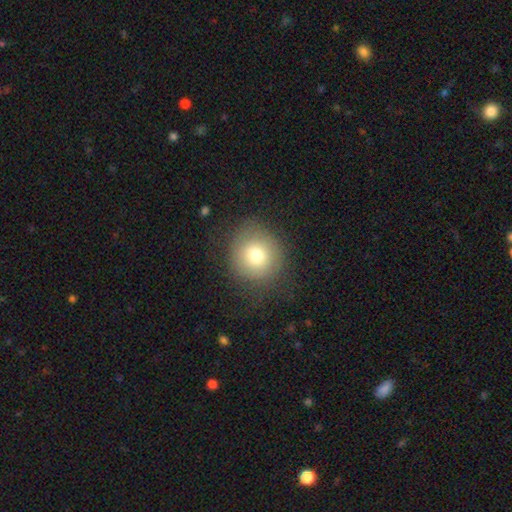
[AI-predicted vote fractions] Smooth or featured?
  - smooth: 75% *
  - featured or disk: 14%
  - star or artifact: 11%
How rounded?
  - round: 90% *
  - in between: 9%
  - cigar-shaped: 1%
Merging?
  - none: 78% *
  - minor disturbance: 14%
  - major disturbance: 7%
  - merger: 1%